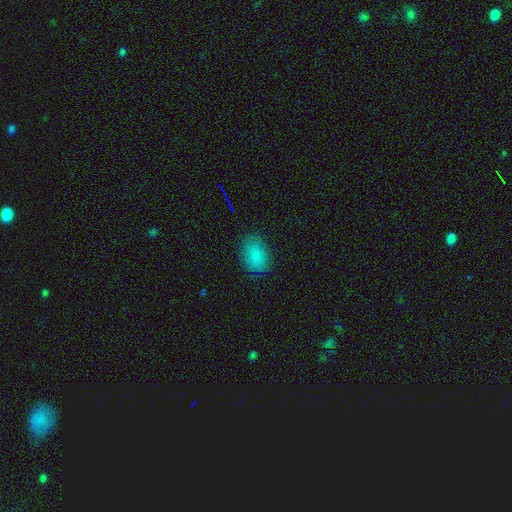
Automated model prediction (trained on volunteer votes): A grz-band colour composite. It shows a smooth galaxy with no disk features (83%) that is in between round and cigar-shaped (77%). Merging: none (82%).